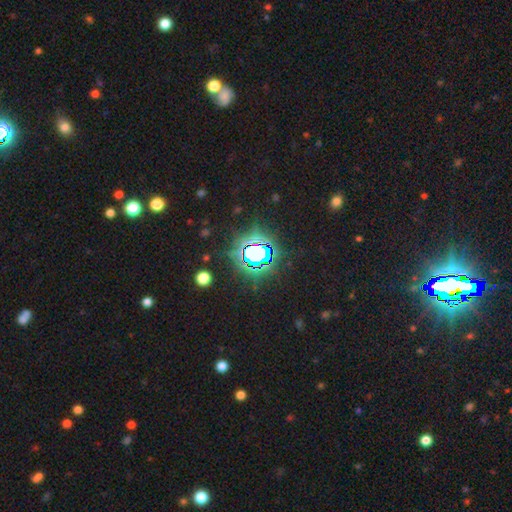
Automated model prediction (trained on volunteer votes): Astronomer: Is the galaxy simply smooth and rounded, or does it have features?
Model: star or artifact — 76%.